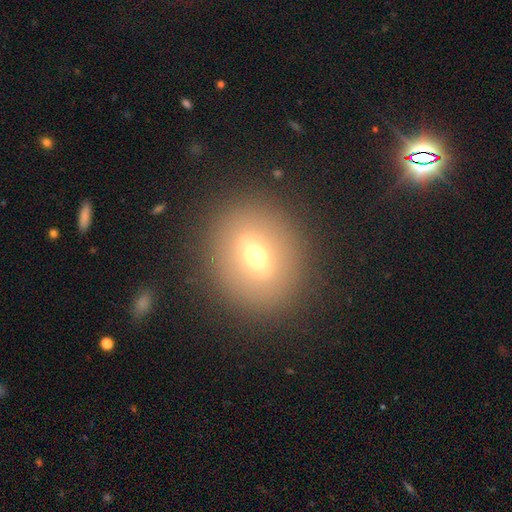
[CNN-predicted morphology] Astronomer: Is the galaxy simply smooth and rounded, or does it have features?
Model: smooth — 51% (runner-up: featured or disk, 36%).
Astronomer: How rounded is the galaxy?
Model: round — 62%.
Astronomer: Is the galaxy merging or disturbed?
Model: none — 87%.